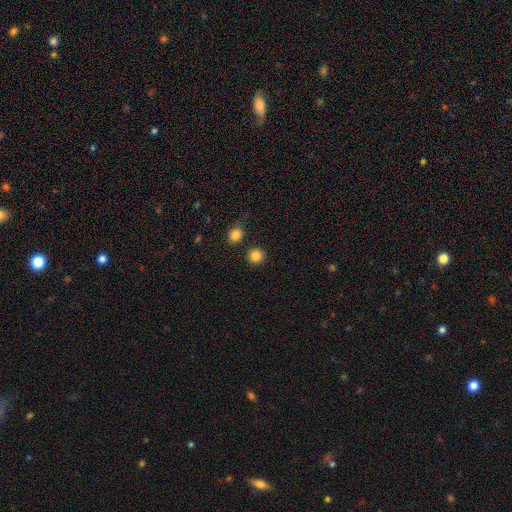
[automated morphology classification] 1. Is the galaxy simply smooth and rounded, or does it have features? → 85% smooth, 11% star or artifact, 4% featured or disk.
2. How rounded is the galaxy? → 93% round, 6% in between, 1% cigar-shaped.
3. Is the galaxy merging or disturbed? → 87% none, 6% minor disturbance, 5% merger, 2% major disturbance.